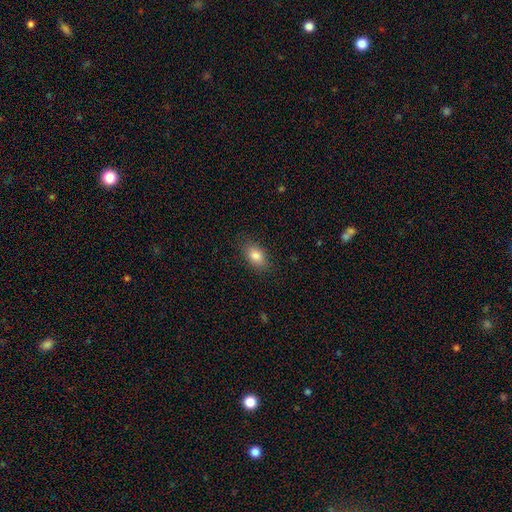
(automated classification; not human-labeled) A smooth galaxy with no disk features (84%) that is in between round and cigar-shaped (87%).

Vote fractions:
- Smooth or featured? smooth: 84% / star or artifact: 8% / featured or disk: 8%
- How rounded? in between: 87% / round: 11% / cigar-shaped: 2%
- Merging? none: 85% / minor disturbance: 11% / major disturbance: 3% / merger: 1%